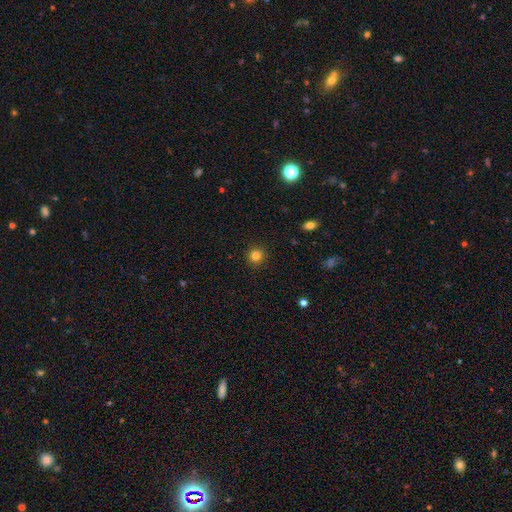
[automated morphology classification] The model was most divided on "smooth or featured": smooth: 83%, star or artifact: 12%, featured or disk: 5%. More confident: how rounded — round (93%); merging — none (92%).